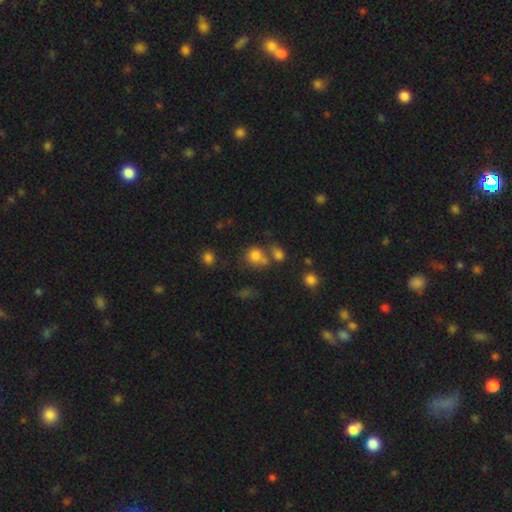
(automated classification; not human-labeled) Morphology: type=smooth (75%); roundness=round (70%); merging=none (43%).